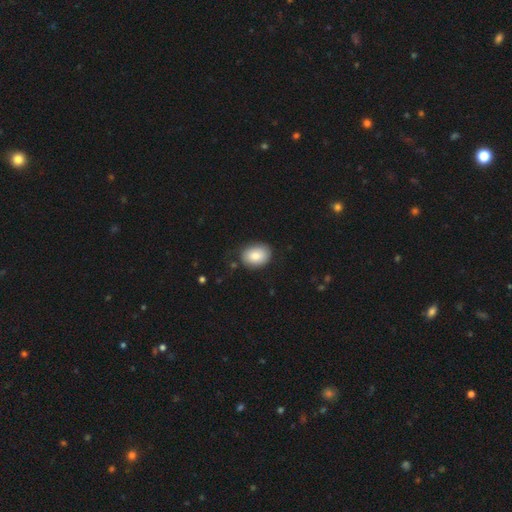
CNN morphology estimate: This is clearly a smooth galaxy (83%). How rounded: likely in between (67%). Merging: likely none (80%).